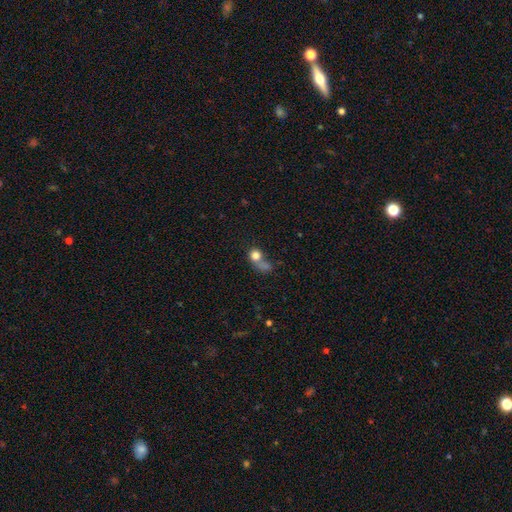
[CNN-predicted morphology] Overall: smooth (76%). How rounded: round (76%). Merging: merger (42%; none 33%).